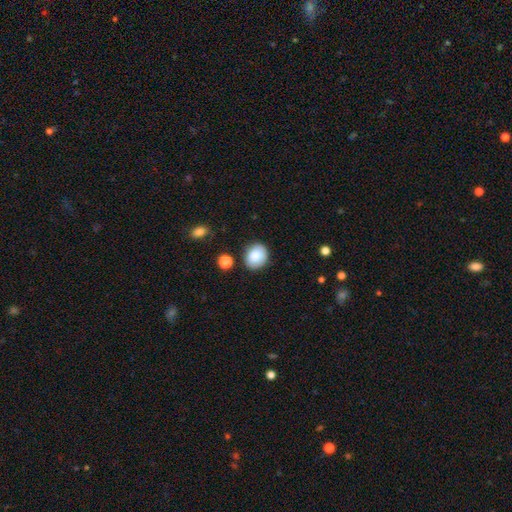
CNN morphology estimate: Q: Smooth or featured?
A: smooth (85%); runner-up: star or artifact (8%)
Q: How rounded?
A: round (52%); runner-up: in between (47%)
Q: Merging?
A: none (82%); runner-up: minor disturbance (12%)